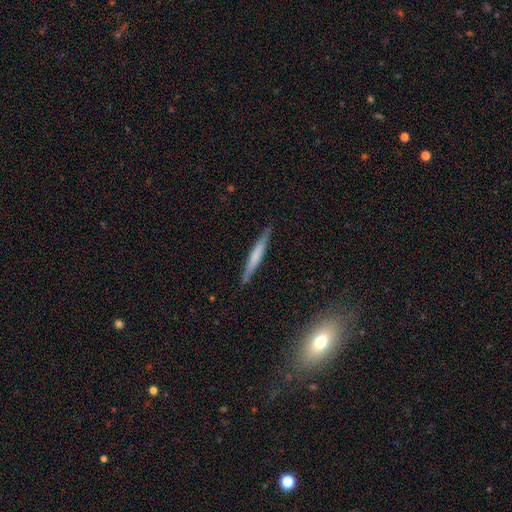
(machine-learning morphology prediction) Smooth or featured?
  - smooth: 53% *
  - featured or disk: 41%
  - star or artifact: 6%
How rounded?
  - cigar-shaped: 96% *
  - in between: 3%
  - round: 1%
Merging?
  - none: 89% *
  - minor disturbance: 8%
  - major disturbance: 2%
  - merger: 1%